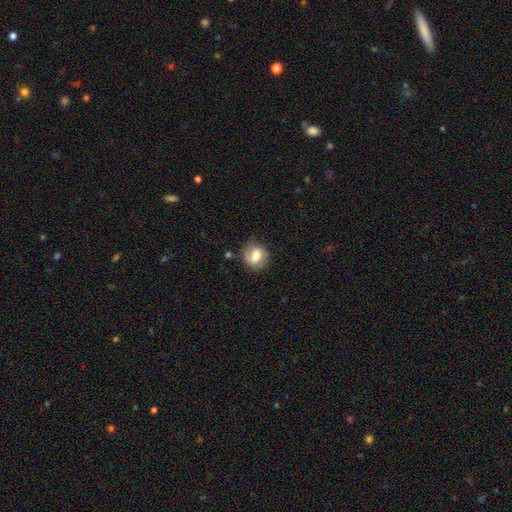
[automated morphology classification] smooth-or-featured: featured or disk: 47% | smooth: 45% | star or artifact: 8%
  merging: none: 73% | minor disturbance: 18% | major disturbance: 7% | merger: 2%